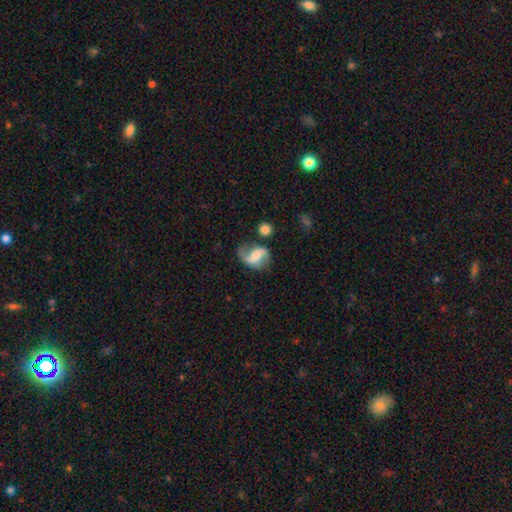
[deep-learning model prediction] smooth-or-featured: featured or disk: 80% | smooth: 14% | star or artifact: 6%
  disk-edge-on: no: 97% | yes: 3%
    bar: weak: 42% | no: 31% | strong: 26%
    has-spiral-arms: yes: 94% | no: 6%
      spiral-winding: loose: 63% | medium: 30% | tight: 7%
      spiral-arm-count: 2: 90% | 1: 4% | can't tell: 3% | 3: 1% | 4: 1% | more than 4: 1%
    bulge-size: moderate: 43% | small: 38% | none: 10% | large: 7% | dominant: 2%
  merging: none: 66% | minor disturbance: 18% | major disturbance: 10% | merger: 7%